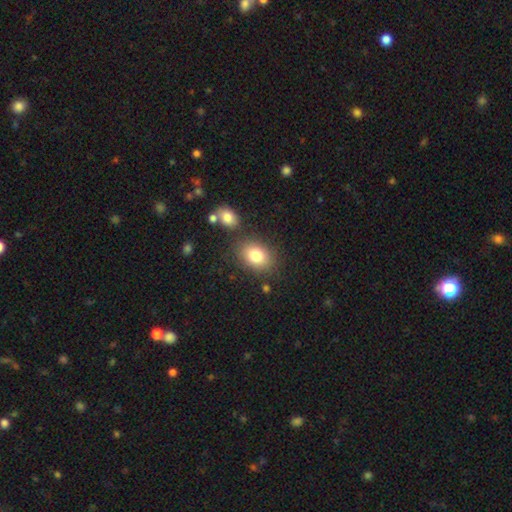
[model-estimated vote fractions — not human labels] smooth 82%, featured or disk 9%, star or artifact 9%. Down the decision tree: how rounded — in between (72%); merging — none (78%).